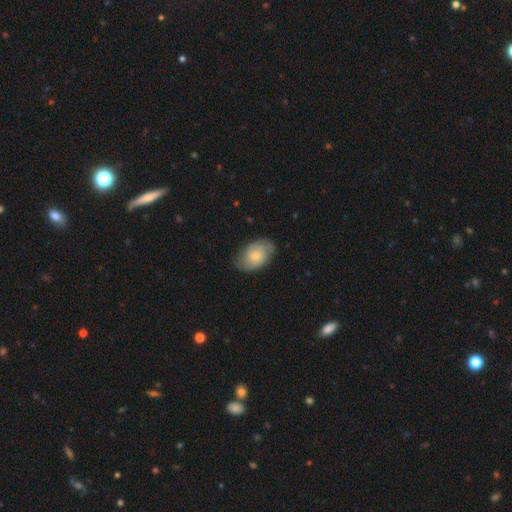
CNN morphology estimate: smooth-or-featured: smooth: 55% | featured or disk: 39% | star or artifact: 6%
  how-rounded: in between: 88% | round: 10% | cigar-shaped: 1%
  merging: none: 73% | minor disturbance: 21% | major disturbance: 5% | merger: 1%